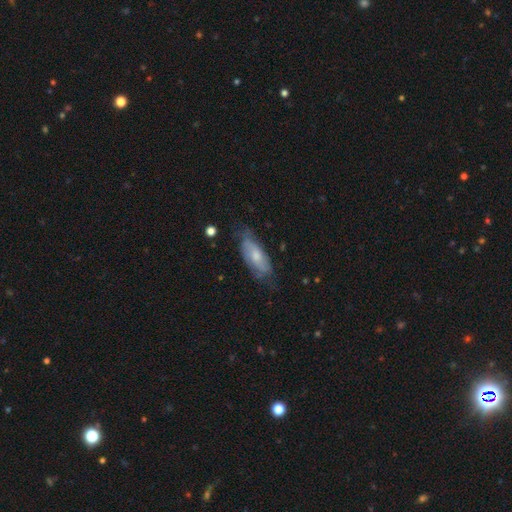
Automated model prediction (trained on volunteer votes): A smooth galaxy with no disk features (48%). Merging: none (60%).